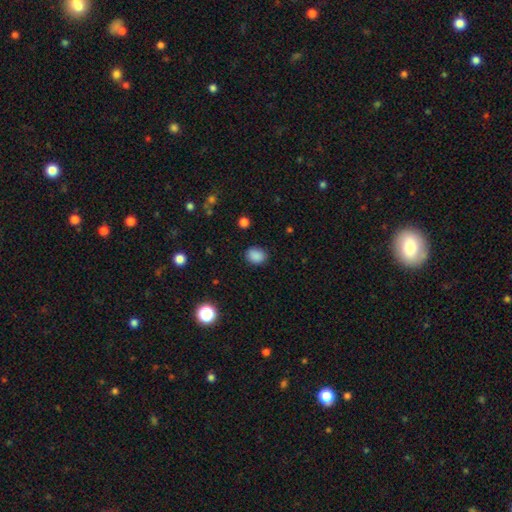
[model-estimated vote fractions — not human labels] A smooth galaxy with no disk features (87%) that is in between round and cigar-shaped (55%).

Vote fractions:
- Smooth or featured? smooth: 87% / star or artifact: 10% / featured or disk: 3%
- How rounded? in between: 55% / round: 45% / cigar-shaped: 1%
- Merging? none: 84% / minor disturbance: 12% / major disturbance: 3% / merger: 1%